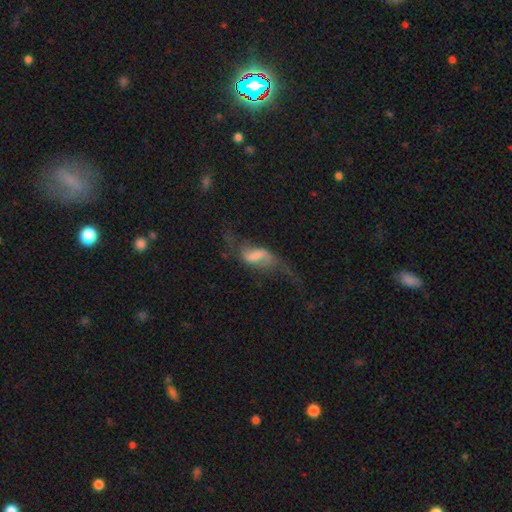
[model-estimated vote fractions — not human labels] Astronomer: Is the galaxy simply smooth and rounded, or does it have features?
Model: featured or disk — 65%.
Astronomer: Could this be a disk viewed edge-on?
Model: no — 90%.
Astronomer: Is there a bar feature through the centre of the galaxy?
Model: weak — 41%, tied with strong at 41%.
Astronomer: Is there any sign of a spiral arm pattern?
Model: yes — 77%.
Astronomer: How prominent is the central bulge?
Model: none — 43% (runner-up: small, 22%).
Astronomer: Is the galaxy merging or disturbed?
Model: major disturbance — 40% (runner-up: none, 36%).